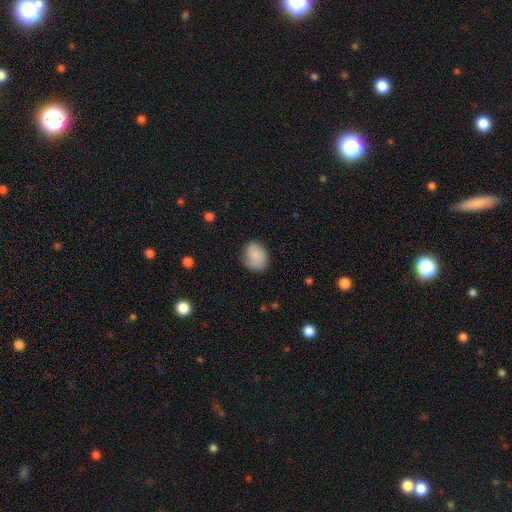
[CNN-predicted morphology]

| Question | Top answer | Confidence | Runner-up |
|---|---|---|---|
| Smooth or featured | smooth | 80% | featured or disk (12%) |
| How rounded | in between | 56% | round (43%) |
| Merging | none | 73% | minor disturbance (20%) |